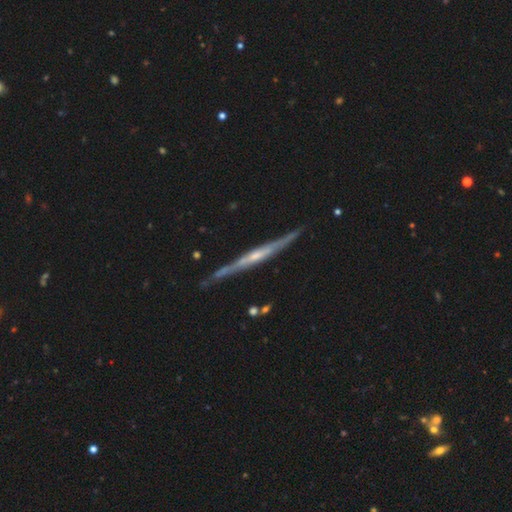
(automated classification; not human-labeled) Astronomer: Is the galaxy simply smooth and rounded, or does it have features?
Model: featured or disk — 80%.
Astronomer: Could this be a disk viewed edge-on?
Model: yes — 97%.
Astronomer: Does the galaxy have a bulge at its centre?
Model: rounded — 47% (runner-up: none, 41%).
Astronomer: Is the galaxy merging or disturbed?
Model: none — 85%.